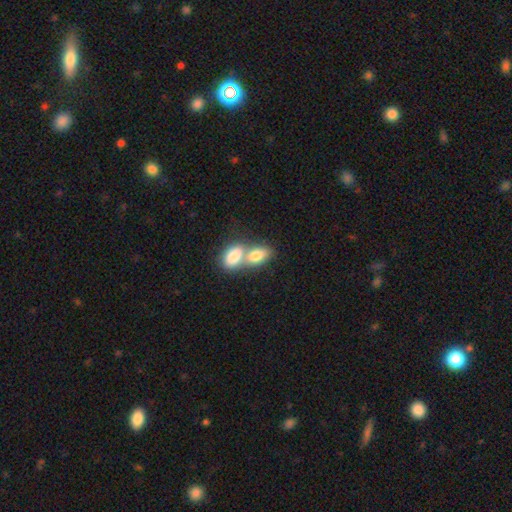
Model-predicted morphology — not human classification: A smooth galaxy with no disk features (80%) that is in between round and cigar-shaped (88%).

Vote fractions:
- Smooth or featured? smooth: 80% / featured or disk: 13% / star or artifact: 7%
- How rounded? in between: 88% / round: 9% / cigar-shaped: 3%
- Merging? merger: 70% / none: 20% / minor disturbance: 6% / major disturbance: 3%